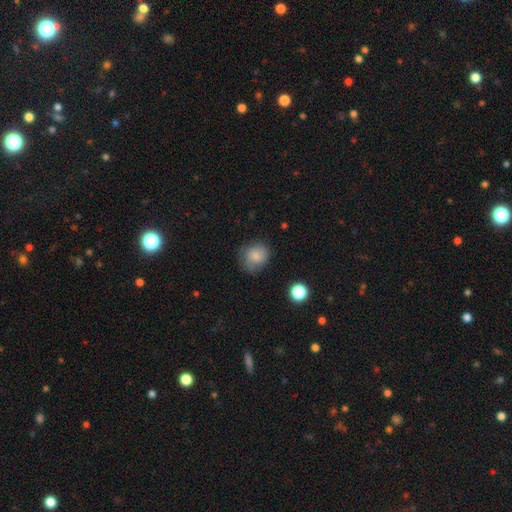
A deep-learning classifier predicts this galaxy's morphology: Smooth or featured? smooth (78%)
How rounded? round (73%)
Merging? none (66%)